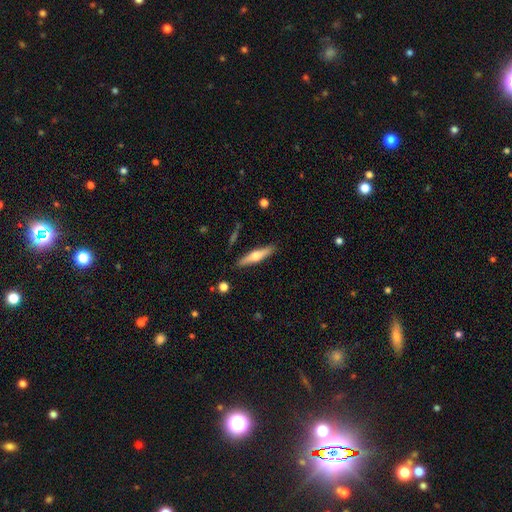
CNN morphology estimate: The model was most divided on "smooth or featured": featured or disk: 54%, smooth: 40%, star or artifact: 6%. More confident: edge-on disk — yes (95%); edge-on bulge — rounded (93%); merging — none (89%).